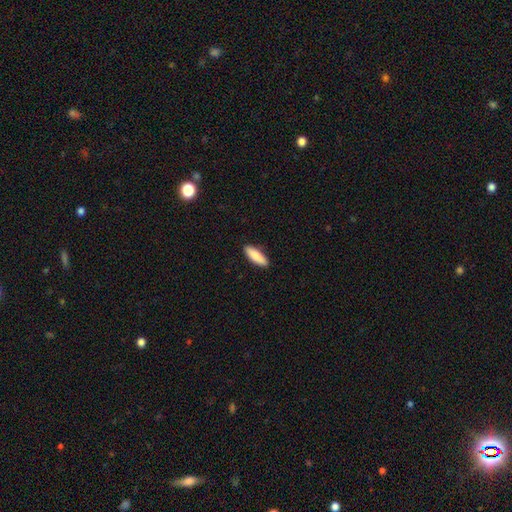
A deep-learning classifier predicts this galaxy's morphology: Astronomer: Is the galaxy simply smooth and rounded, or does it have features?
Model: smooth — 85%.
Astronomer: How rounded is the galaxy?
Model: in between — 51% (runner-up: cigar-shaped, 47%).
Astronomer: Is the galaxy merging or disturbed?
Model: none — 89%.